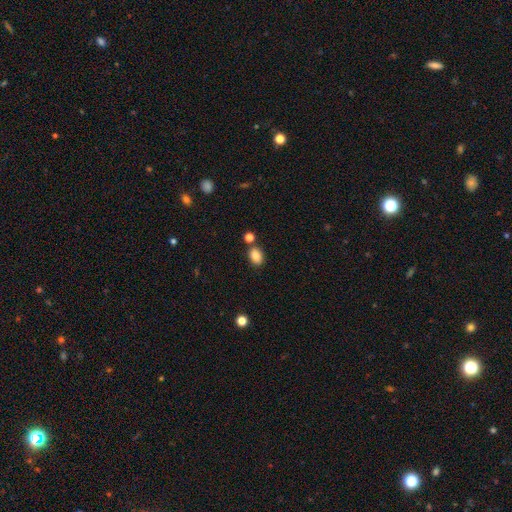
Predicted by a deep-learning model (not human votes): Smooth or featured? smooth (86%)
How rounded? in between (76%)
Merging? none (74%)